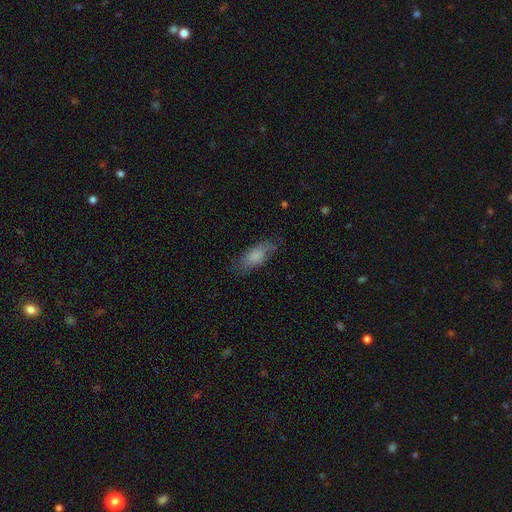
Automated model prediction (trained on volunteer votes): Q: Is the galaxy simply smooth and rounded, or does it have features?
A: smooth — 76%.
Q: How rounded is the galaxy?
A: in between — 77%.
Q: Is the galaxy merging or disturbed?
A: none — 70%.